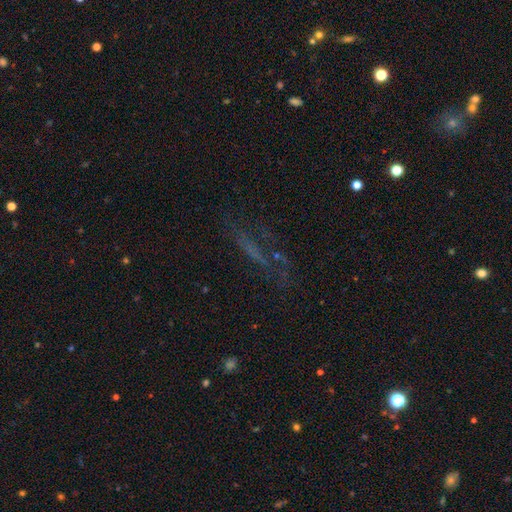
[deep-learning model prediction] Smooth or featured? Predicted: featured or disk (p=0.37). Merging? Predicted: none (p=0.61).